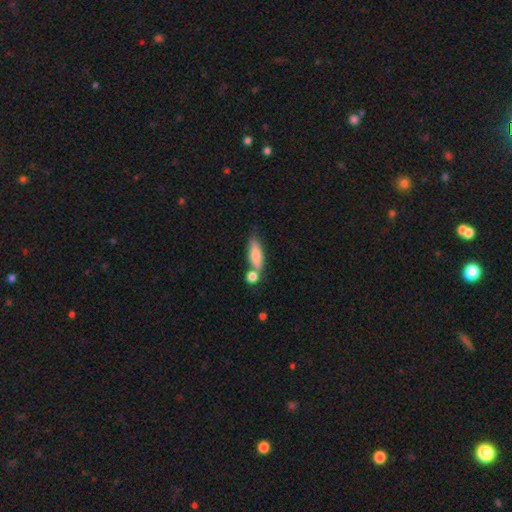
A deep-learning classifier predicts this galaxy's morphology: A smooth galaxy with no disk features (74%) that is in between round and cigar-shaped (53%).

Vote fractions:
- Smooth or featured? smooth: 74% / featured or disk: 19% / star or artifact: 7%
- How rounded? in between: 53% / cigar-shaped: 43% / round: 4%
- Merging? none: 53% / merger: 28% / minor disturbance: 14% / major disturbance: 5%